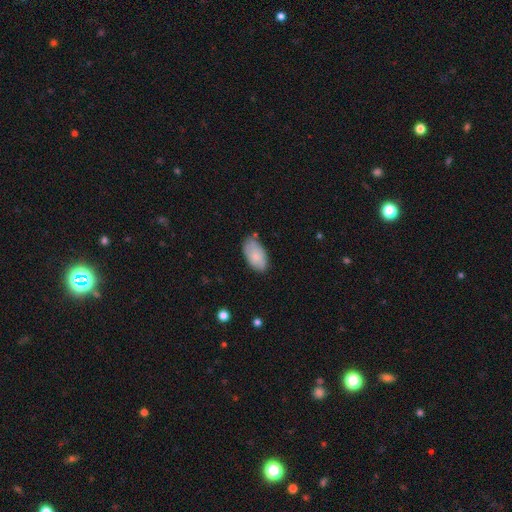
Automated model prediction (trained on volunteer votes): Overall: smooth (77%). How rounded: in between (95%). Merging: none (70%).